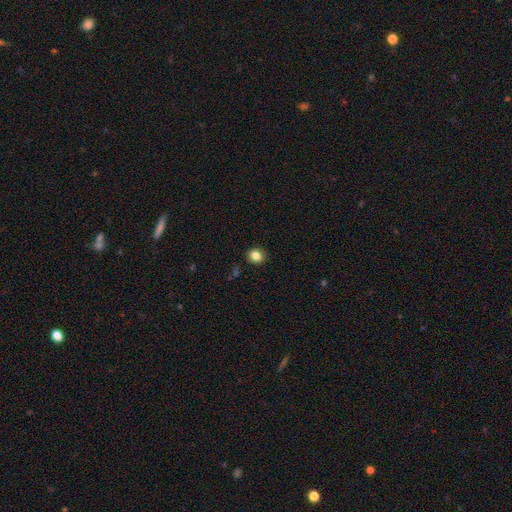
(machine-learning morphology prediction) Smooth or featured?
  - smooth: 83% *
  - star or artifact: 10%
  - featured or disk: 6%
How rounded?
  - round: 60% *
  - in between: 39%
  - cigar-shaped: 1%
Merging?
  - none: 87% *
  - minor disturbance: 9%
  - major disturbance: 2%
  - merger: 1%